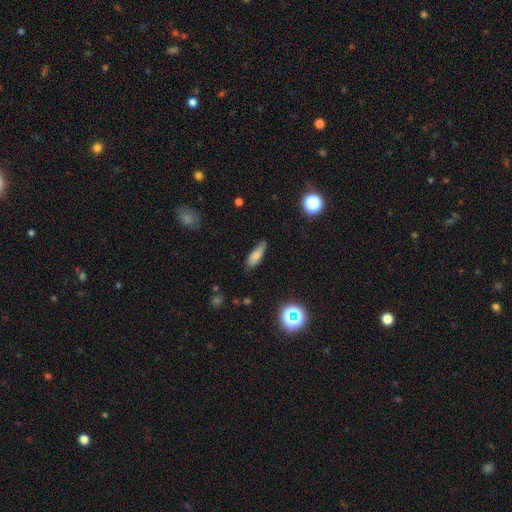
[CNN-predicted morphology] A smooth galaxy with no disk features (75%) that is in between round and cigar-shaped (59%).

Vote fractions:
- Smooth or featured? smooth: 75% / featured or disk: 14% / star or artifact: 11%
- How rounded? in between: 59% / cigar-shaped: 37% / round: 3%
- Merging? none: 71% / minor disturbance: 23% / major disturbance: 4% / merger: 2%